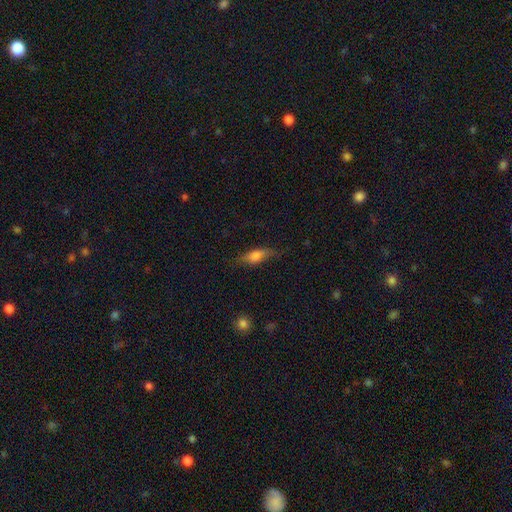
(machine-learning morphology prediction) A smooth galaxy with no disk features (64%) that is in between round and cigar-shaped (58%). Merging: none (73%).